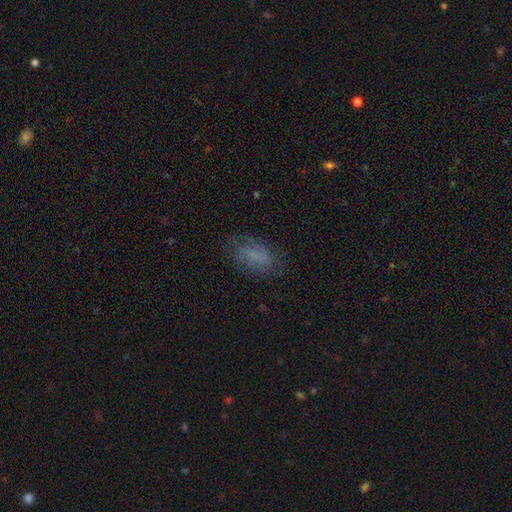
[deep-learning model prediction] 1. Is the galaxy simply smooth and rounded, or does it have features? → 54% smooth, 33% featured or disk, 13% star or artifact.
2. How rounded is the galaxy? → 86% in between, 8% round, 7% cigar-shaped.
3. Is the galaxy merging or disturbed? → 66% none, 20% minor disturbance, 12% major disturbance, 2% merger.